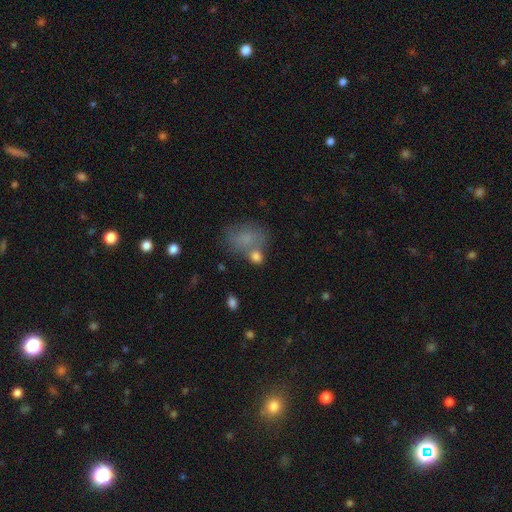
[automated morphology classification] This is likely a smooth galaxy (75%). How rounded: possibly in between (51%). Merging: marginally none (45%).